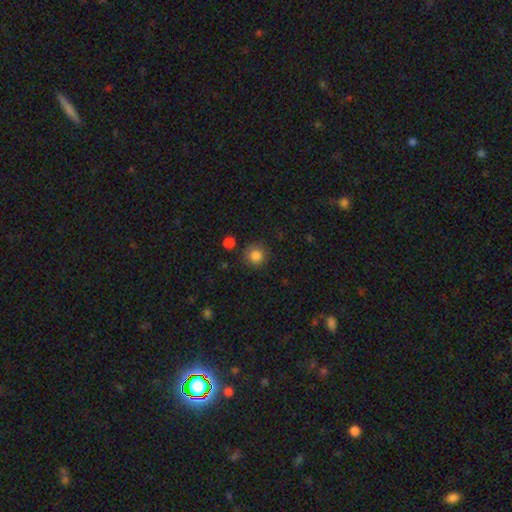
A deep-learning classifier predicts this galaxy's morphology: smooth-or-featured: smooth: 85% | star or artifact: 11% | featured or disk: 4%
  how-rounded: round: 92% | in between: 7% | cigar-shaped: 1%
  merging: none: 85% | minor disturbance: 9% | merger: 3% | major disturbance: 3%